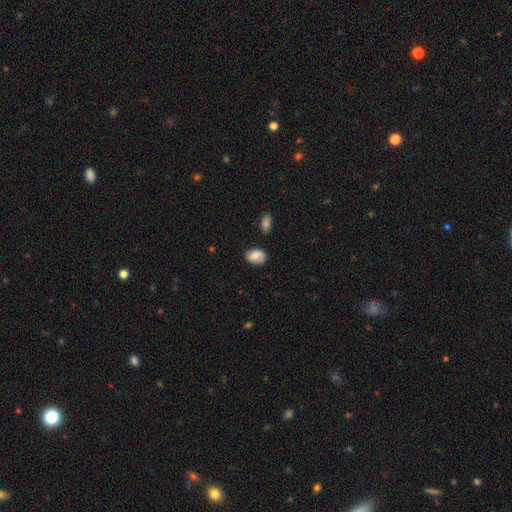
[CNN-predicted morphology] smooth 68%, featured or disk 24%, star or artifact 8%. Down the decision tree: how rounded — in between (74%); merging — none (67%).